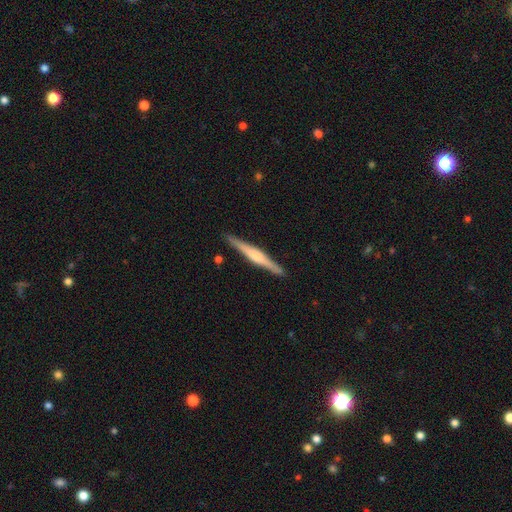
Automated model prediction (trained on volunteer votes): Q: Smooth or featured?
A: featured or disk (69%); runner-up: smooth (26%)
Q: Edge-on disk?
A: yes (98%); runner-up: no (2%)
Q: Edge-on bulge?
A: rounded (57%); runner-up: boxy (29%)
Q: Merging?
A: none (91%); runner-up: minor disturbance (7%)